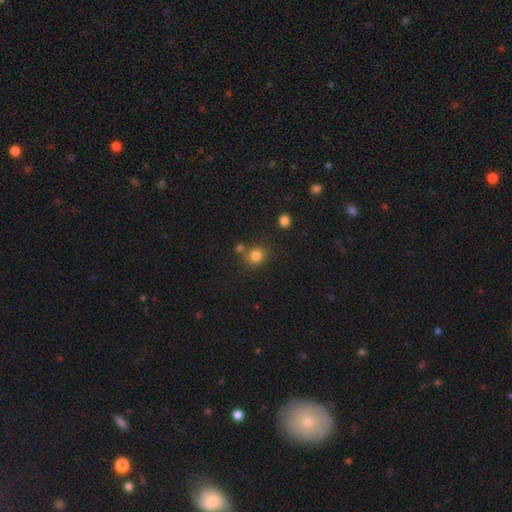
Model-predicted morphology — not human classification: Smooth or featured?
  - smooth: 81% *
  - star or artifact: 13%
  - featured or disk: 6%
How rounded?
  - round: 85% *
  - in between: 14%
  - cigar-shaped: 1%
Merging?
  - none: 70% *
  - merger: 16%
  - minor disturbance: 10%
  - major disturbance: 4%